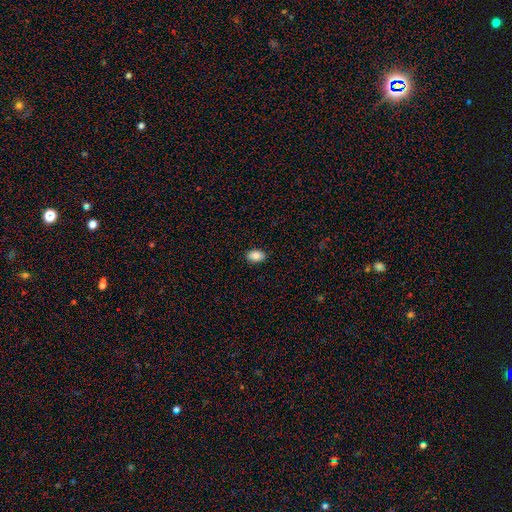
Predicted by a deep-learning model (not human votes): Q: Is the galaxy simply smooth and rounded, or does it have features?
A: smooth — 88%.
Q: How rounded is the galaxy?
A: in between — 88%.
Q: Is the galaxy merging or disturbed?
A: none — 89%.